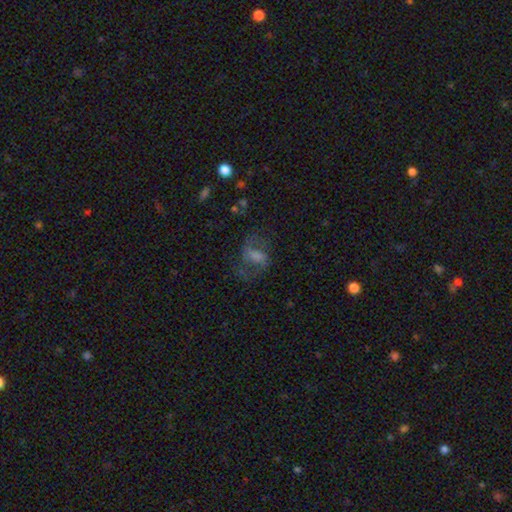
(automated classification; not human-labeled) Q: Smooth or featured?
A: featured or disk (55%); runner-up: smooth (30%)
Q: Edge-on disk?
A: no (96%); runner-up: yes (4%)
Q: Bar?
A: weak (46%); runner-up: no (32%)
Q: Spiral arms?
A: yes (77%); runner-up: no (23%)
Q: Bulge size?
A: moderate (29%); tied with: none (29%)
Q: Merging?
A: none (57%); runner-up: major disturbance (23%)